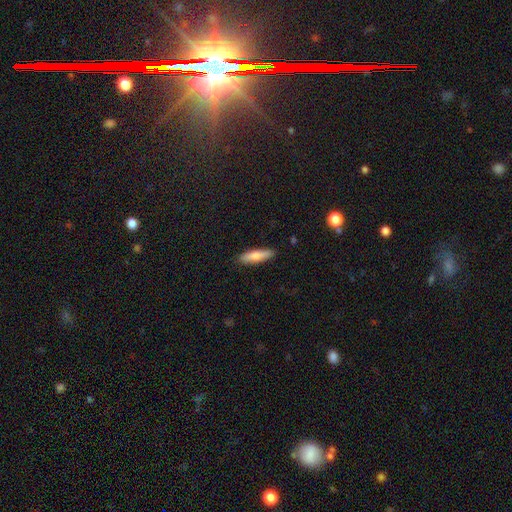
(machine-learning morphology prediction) A smooth galaxy with no disk features (76%) that is cigar-shaped (73%). Merging: none (89%).